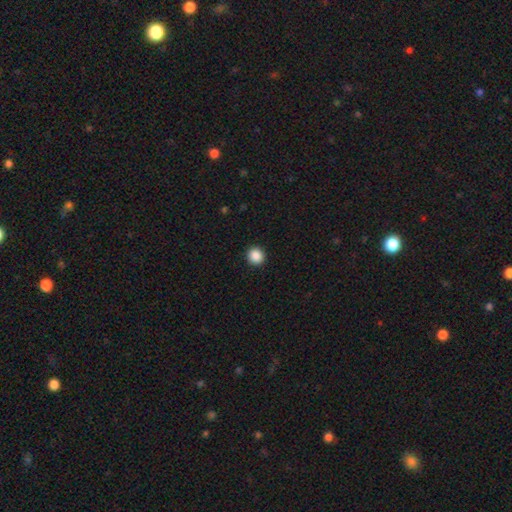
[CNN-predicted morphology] Smooth or featured? smooth (88%)
How rounded? round (93%)
Merging? none (93%)